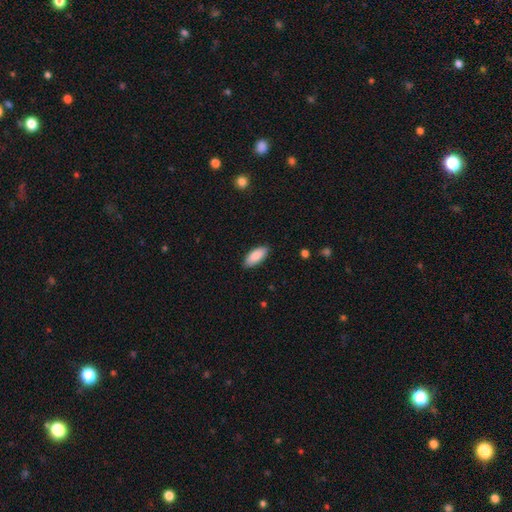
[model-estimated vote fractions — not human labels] smooth 89%, star or artifact 6%, featured or disk 6%. Down the decision tree: how rounded — in between (87%); merging — none (87%).